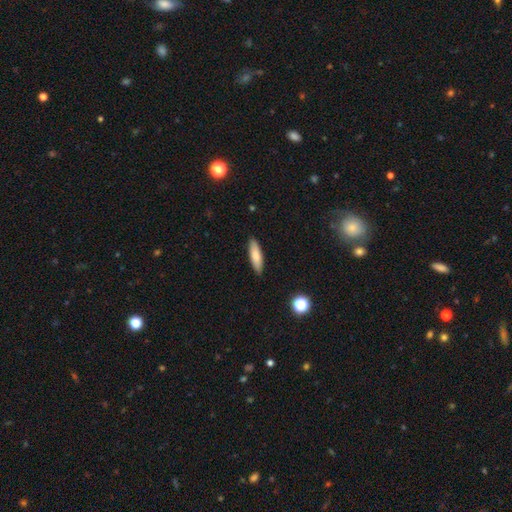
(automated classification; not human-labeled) smooth_or_featured: smooth (p=0.80) [alt: featured or disk p=0.14]
how_rounded: cigar-shaped (p=0.63) [alt: in between p=0.36]
merging: none (p=0.89) [alt: minor disturbance p=0.08]